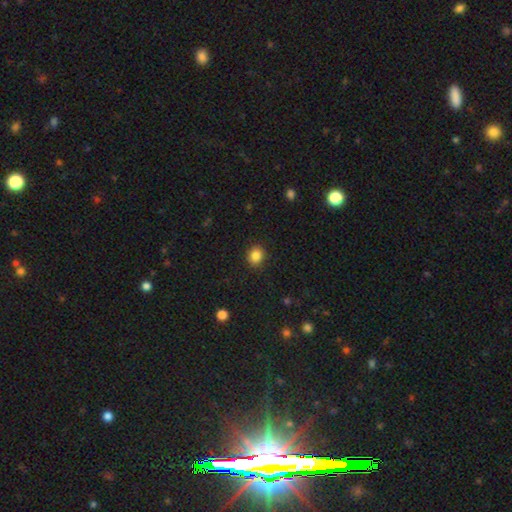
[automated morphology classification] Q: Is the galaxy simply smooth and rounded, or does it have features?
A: smooth — 86%.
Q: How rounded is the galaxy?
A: round — 70%.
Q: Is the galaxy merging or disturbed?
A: none — 90%.